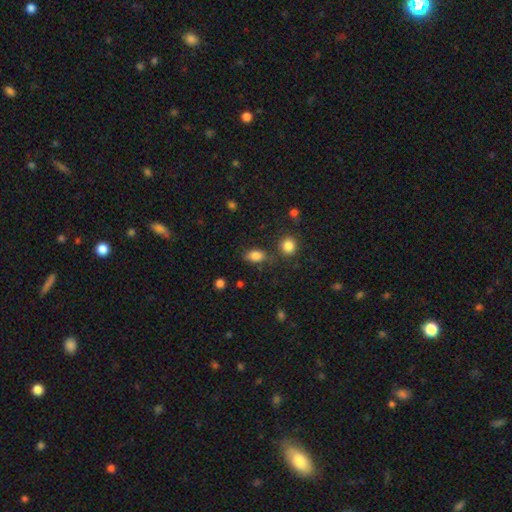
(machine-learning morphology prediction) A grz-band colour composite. It shows a smooth galaxy with no disk features (84%) that is in between round and cigar-shaped (84%). Merging: none (73%).